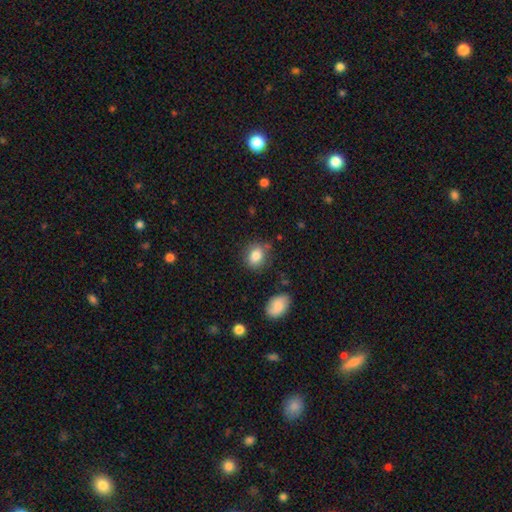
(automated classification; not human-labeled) smooth-or-featured: smooth: 83% | star or artifact: 9% | featured or disk: 8%
  how-rounded: in between: 49% (tied) | round: 49% (tied) | cigar-shaped: 1%
  merging: none: 76% | minor disturbance: 17% | major disturbance: 4% | merger: 3%